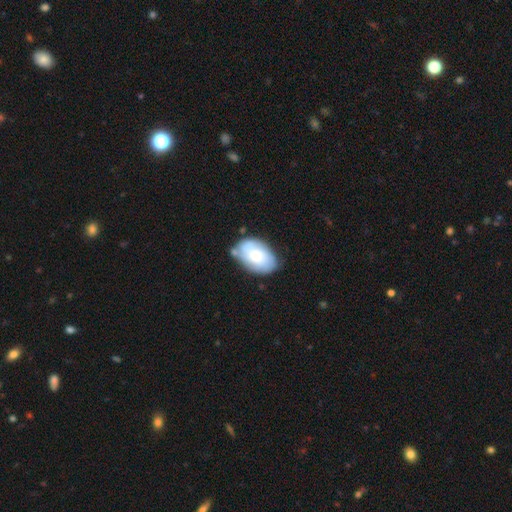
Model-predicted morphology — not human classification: Q: Smooth or featured?
A: smooth (52%); runner-up: featured or disk (42%)
Q: How rounded?
A: in between (87%); runner-up: round (12%)
Q: Merging?
A: none (60%); runner-up: minor disturbance (26%)